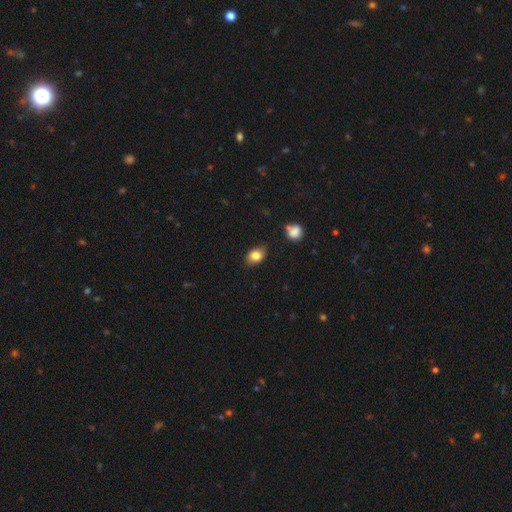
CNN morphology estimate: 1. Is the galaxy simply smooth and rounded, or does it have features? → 82% smooth, 9% star or artifact, 9% featured or disk.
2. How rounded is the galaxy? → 76% in between, 23% round, 1% cigar-shaped.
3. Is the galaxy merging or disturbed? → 85% none, 12% minor disturbance, 2% major disturbance, 2% merger.